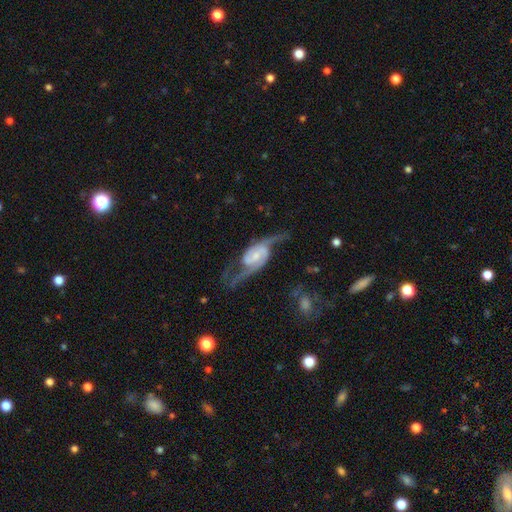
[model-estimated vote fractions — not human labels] A featured or disk galaxy (89%) with a weak bar (45%), 2 (92%) loose (47%) spiral arms (97%) and a small central bulge (49%).

Vote fractions:
- Smooth or featured? featured or disk: 89% / smooth: 6% / star or artifact: 5%
- Edge-on disk? no: 95% / yes: 5%
- Bar? weak: 45% / no: 33% / strong: 22%
- Spiral arms? yes: 97% / no: 3%
- Spiral winding? loose: 47% / medium: 41% / tight: 12%
- Spiral arm count? 2: 92% / can't tell: 2% / 1: 2% / 3: 2% / 4: 1% / more than 4: 1%
- Bulge size? small: 49% / moderate: 29% / none: 13% / large: 8% / dominant: 2%
- Merging? none: 60% / major disturbance: 19% / minor disturbance: 18% / merger: 3%